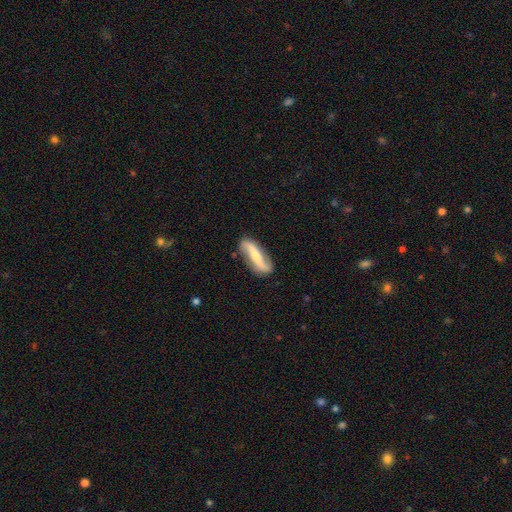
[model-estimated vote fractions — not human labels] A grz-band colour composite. It shows a featured or disk galaxy (72%) with a strong bar (51%), 2 (92%) loose (77%) spiral arms (89%) and a small central bulge (51%). Merging: none (80%).